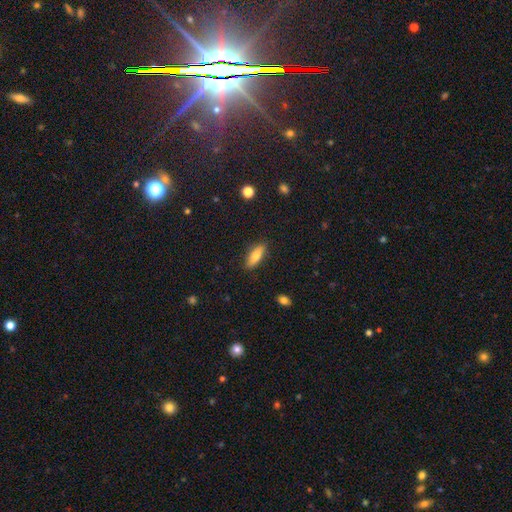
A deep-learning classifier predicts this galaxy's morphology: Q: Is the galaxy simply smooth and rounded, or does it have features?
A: smooth — 74%.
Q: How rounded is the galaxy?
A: in between — 57%.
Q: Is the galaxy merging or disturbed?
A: none — 85%.